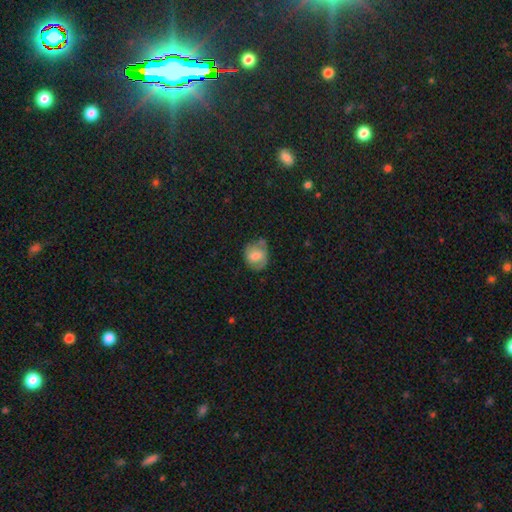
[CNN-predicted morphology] Smooth or featured? Predicted: smooth (p=0.69). How rounded? Predicted: round (p=0.69). Merging? Predicted: none (p=0.55).